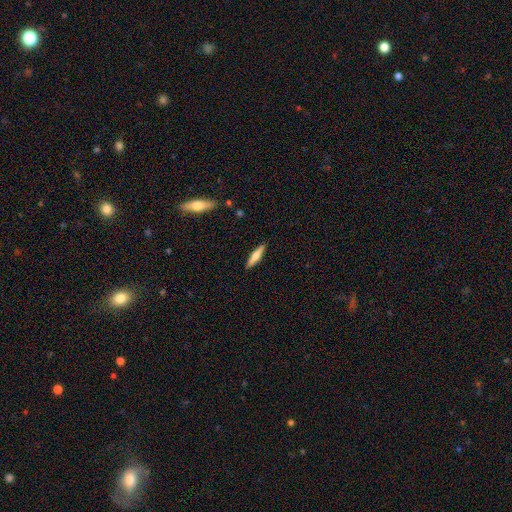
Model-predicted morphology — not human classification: This is possibly a smooth galaxy (56%). How rounded: clearly cigar-shaped (83%). Merging: clearly none (90%).